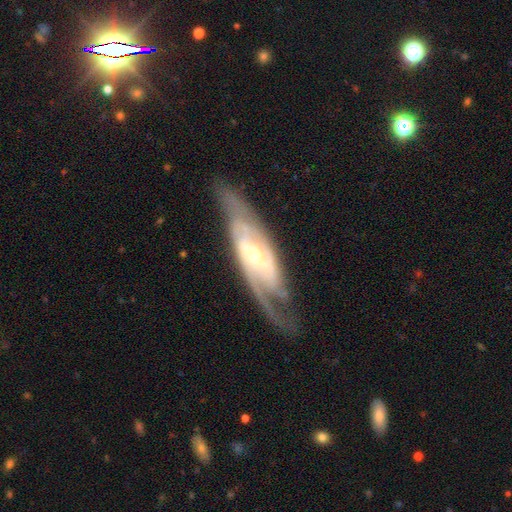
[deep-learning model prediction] smooth_or_featured: featured or disk (p=0.87) [alt: smooth p=0.08]
disk_edge_on: no (p=0.84) [alt: yes p=0.16]
bar: no (p=0.45) [alt: weak p=0.35]
has_spiral_arms: yes (p=0.94) [alt: no p=0.06]
spiral_winding: tight (p=0.44) [alt: medium p=0.42]
spiral_arm_count: 2 (p=0.57) [alt: can't tell p=0.21]
bulge_size: small (p=0.61) [alt: moderate p=0.34]
merging: none (p=0.73) [alt: minor disturbance p=0.16]